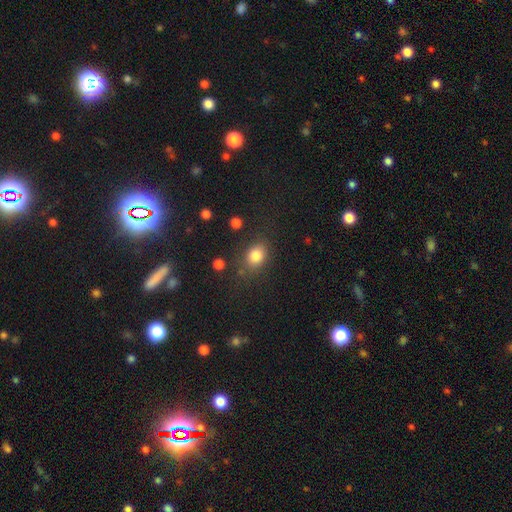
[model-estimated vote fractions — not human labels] The model was most divided on "how rounded": in between: 56%, round: 42%, cigar-shaped: 1%. More confident: smooth or featured — smooth (82%); merging — none (75%).